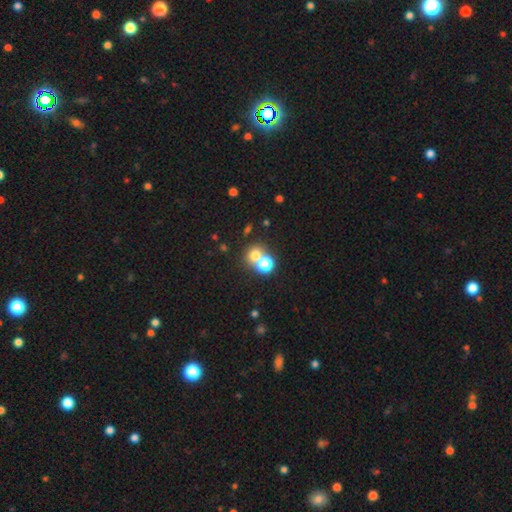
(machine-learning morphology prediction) Overall: smooth (68%). How rounded: round (77%). Merging: none (48%; merger 41%).